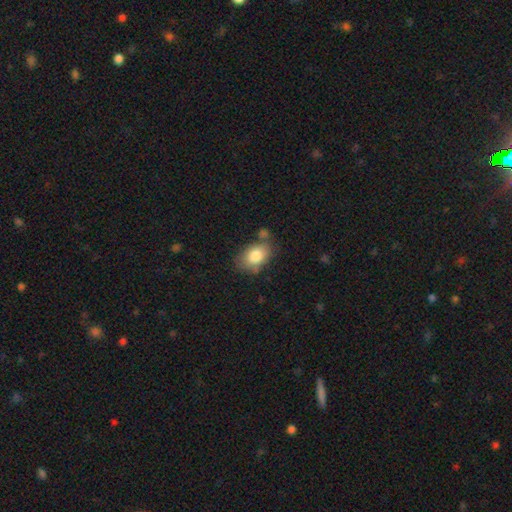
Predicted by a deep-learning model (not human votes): Q: Smooth or featured?
A: smooth (82%); runner-up: featured or disk (10%)
Q: How rounded?
A: in between (84%); runner-up: round (15%)
Q: Merging?
A: none (63%); runner-up: minor disturbance (21%)